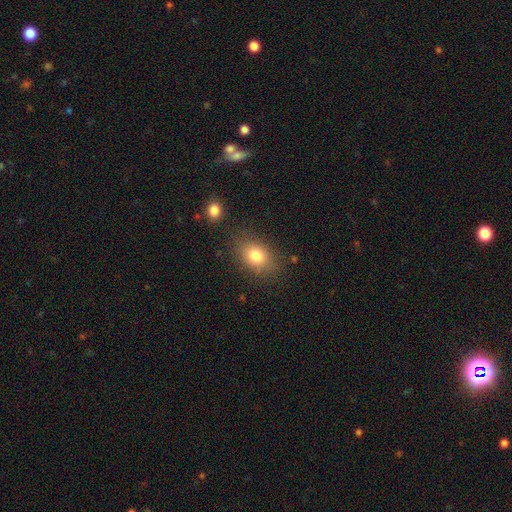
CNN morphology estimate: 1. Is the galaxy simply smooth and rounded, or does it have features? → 80% smooth, 10% star or artifact, 10% featured or disk.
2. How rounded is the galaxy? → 68% in between, 31% round, 1% cigar-shaped.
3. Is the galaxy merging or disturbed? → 80% none, 13% minor disturbance, 4% major disturbance, 3% merger.